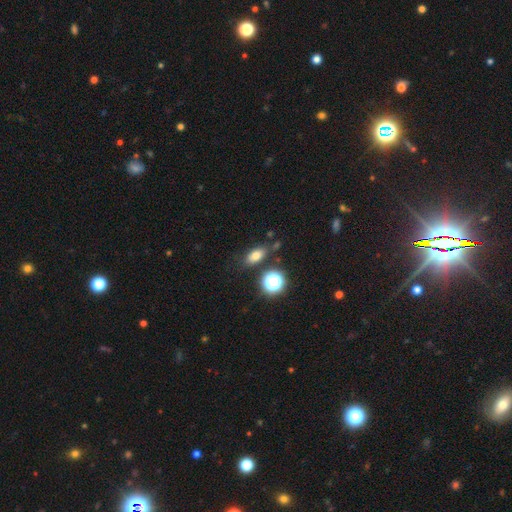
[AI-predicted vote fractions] smooth 74%, star or artifact 16%, featured or disk 10%. Down the decision tree: how rounded — in between (77%); merging — none (76%).